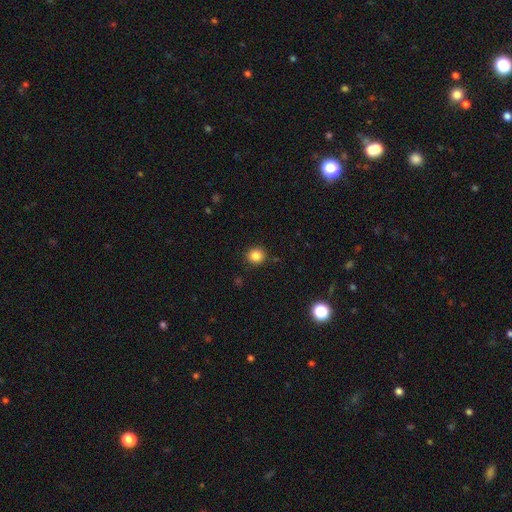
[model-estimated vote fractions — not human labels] Morphology: type=smooth (85%); roundness=round (88%); merging=none (90%).